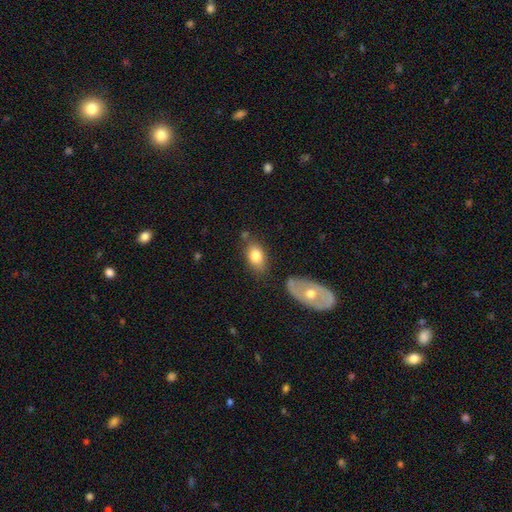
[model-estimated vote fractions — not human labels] This is likely a smooth galaxy (79%). How rounded: clearly in between (84%). Merging: likely none (68%).